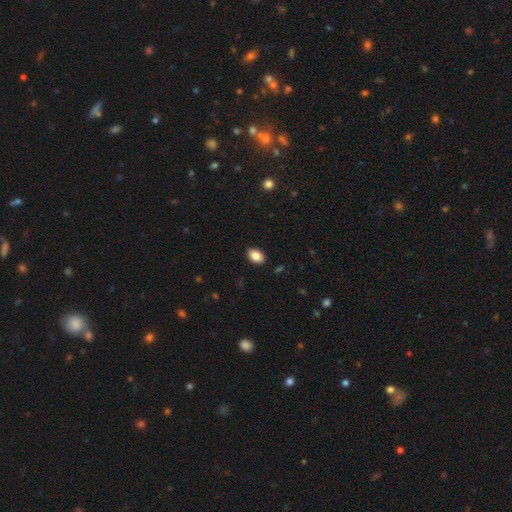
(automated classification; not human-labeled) This is clearly a smooth galaxy (86%). How rounded: clearly in between (88%). Merging: clearly none (89%).